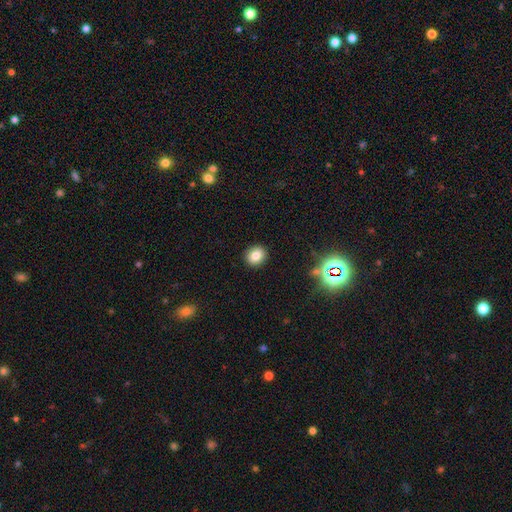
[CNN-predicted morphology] smooth 80%, star or artifact 12%, featured or disk 8%. Down the decision tree: how rounded — round (76%); merging — none (91%).